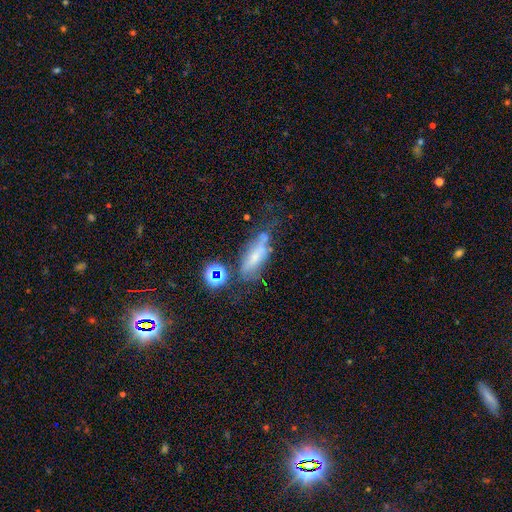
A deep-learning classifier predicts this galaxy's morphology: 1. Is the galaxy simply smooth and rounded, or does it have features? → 43% smooth, 40% featured or disk, 17% star or artifact.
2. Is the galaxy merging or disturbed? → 42% none, 27% minor disturbance, 20% major disturbance, 11% merger.